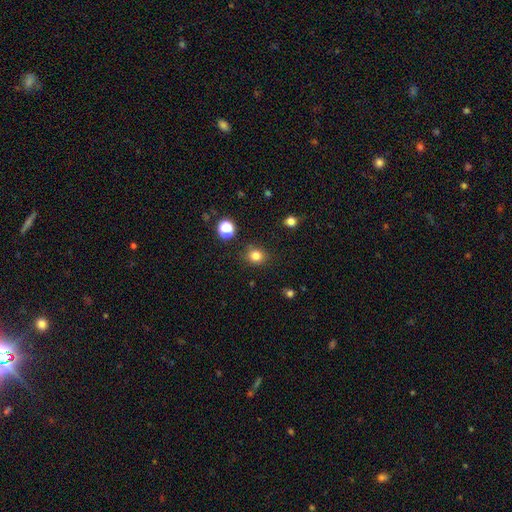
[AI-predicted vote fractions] smooth_or_featured: smooth (p=0.80) [alt: star or artifact p=0.14]
how_rounded: round (p=0.77) [alt: in between p=0.22]
merging: none (p=0.86) [alt: minor disturbance p=0.09]